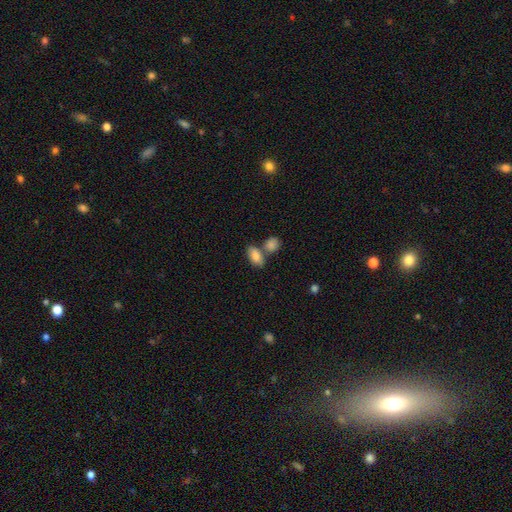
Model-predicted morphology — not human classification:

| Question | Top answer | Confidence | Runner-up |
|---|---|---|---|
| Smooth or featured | smooth | 84% | featured or disk (9%) |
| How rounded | in between | 89% | round (7%) |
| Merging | none | 53% | merger (30%) |